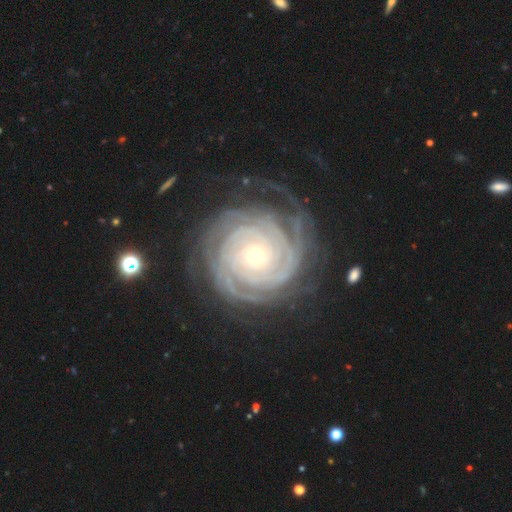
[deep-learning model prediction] The model was most divided on "spiral arm count": 4: 21%, more than 4: 20%, can't tell: 20%, 3: 17%, 2: 15%, 1: 8%. More confident: spiral arms — yes (98%); edge-on disk — no (97%); smooth or featured — featured or disk (91%); spiral winding — tight (87%); bar — no (77%); merging — none (74%); bulge size — small (70%).